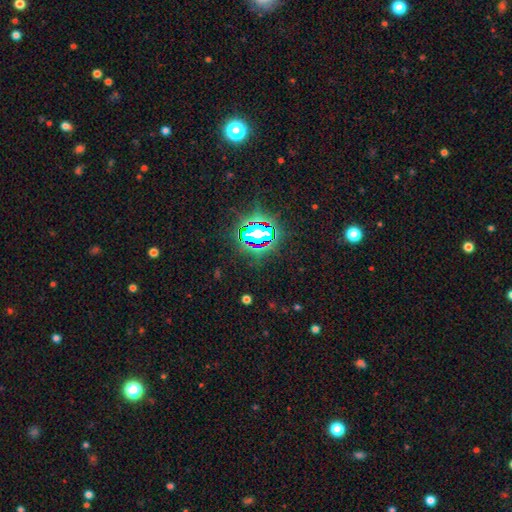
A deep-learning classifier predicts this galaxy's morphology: smooth-or-featured: star or artifact: 82% | smooth: 11% | featured or disk: 7%